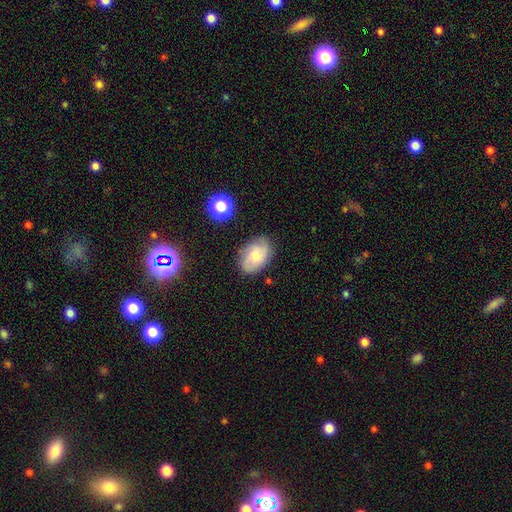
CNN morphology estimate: Overall: smooth (52%; featured or disk 39%). How rounded: in between (86%). Merging: none (77%).